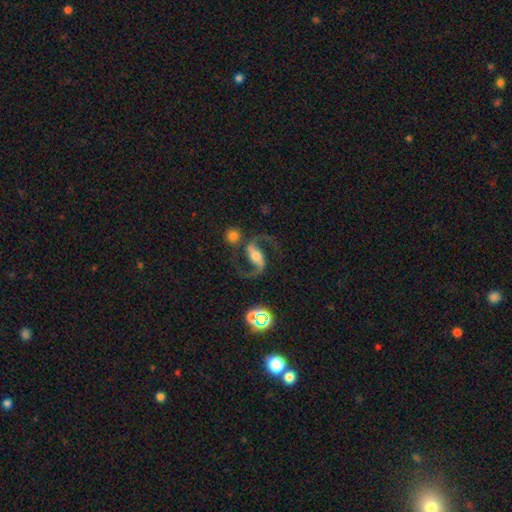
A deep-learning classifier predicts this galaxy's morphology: smooth-or-featured: featured or disk: 88% | star or artifact: 7% | smooth: 5%
  disk-edge-on: no: 97% | yes: 3%
    bar: strong: 52% | weak: 31% | no: 17%
    has-spiral-arms: yes: 97% | no: 3%
      spiral-winding: loose: 54% | medium: 39% | tight: 6%
      spiral-arm-count: 2: 94% | 1: 2% | can't tell: 1% | 3: 1% | 4: 1% | more than 4: 1%
    bulge-size: moderate: 52% | small: 27% | large: 13% | none: 5% | dominant: 2%
  merging: none: 74% | minor disturbance: 11% | major disturbance: 9% | merger: 6%